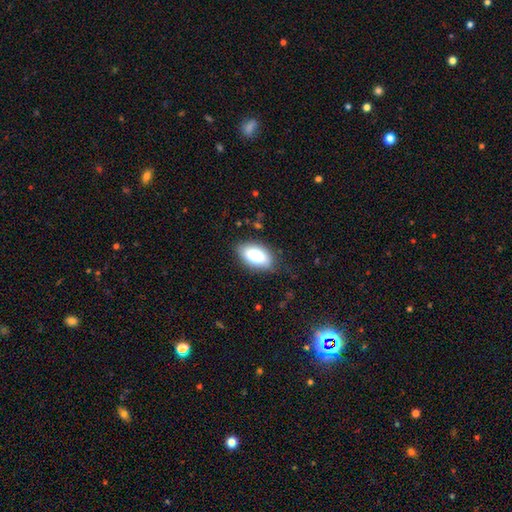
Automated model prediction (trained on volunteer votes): A smooth galaxy with no disk features (83%) that is in between round and cigar-shaped (93%). Merging: none (80%).